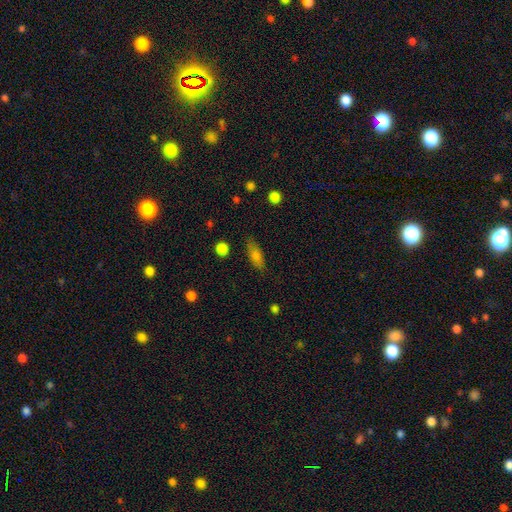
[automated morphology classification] Smooth or featured? Predicted: smooth (p=0.78). How rounded? Predicted: in between (p=0.72). Merging? Predicted: none (p=0.82).